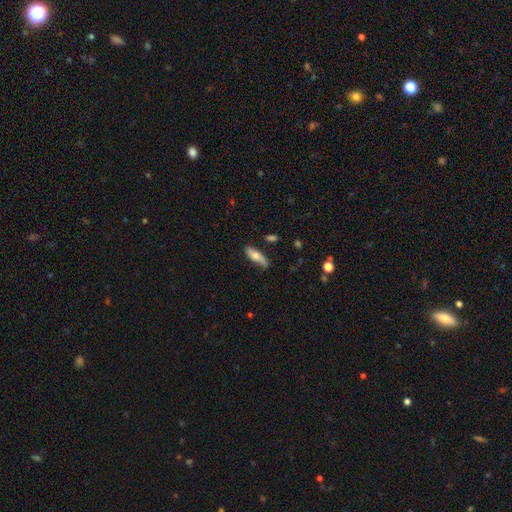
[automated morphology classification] smooth_or_featured: smooth (p=0.62) [alt: featured or disk p=0.32]
how_rounded: in between (p=0.49) [tied with: cigar-shaped p=0.49]
merging: none (p=0.72) [alt: minor disturbance p=0.22]